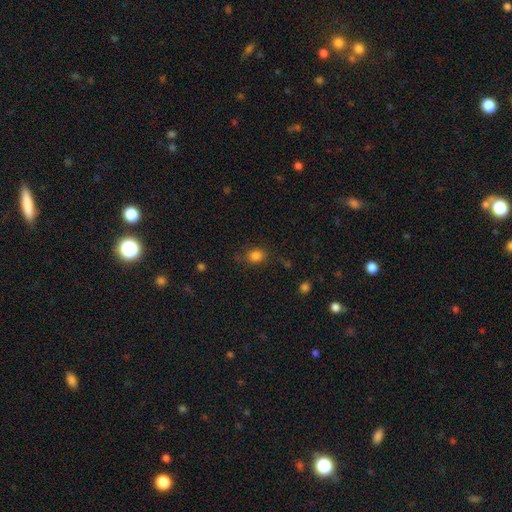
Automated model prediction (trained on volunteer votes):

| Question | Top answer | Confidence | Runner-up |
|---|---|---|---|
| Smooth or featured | smooth | 82% | star or artifact (12%) |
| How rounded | round | 54% | in between (45%) |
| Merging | none | 76% | minor disturbance (16%) |